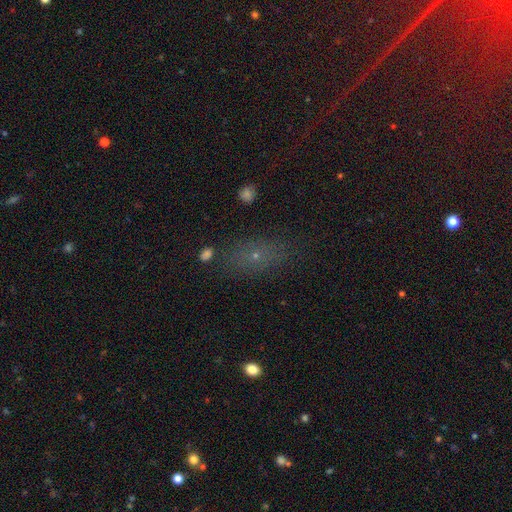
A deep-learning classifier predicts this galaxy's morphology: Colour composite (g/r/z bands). It shows a smooth galaxy with no disk features (54%) that is in between round and cigar-shaped (73%). Merging: none (77%).